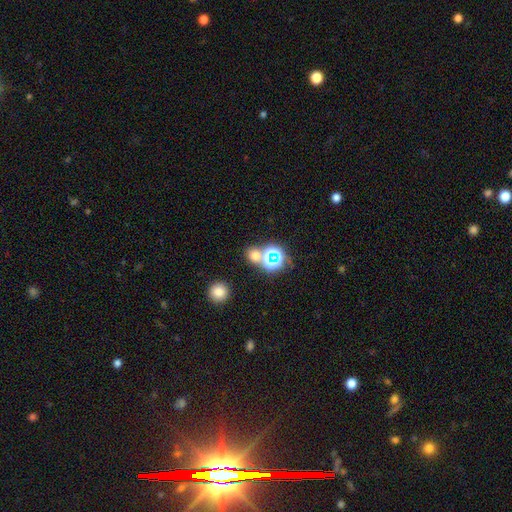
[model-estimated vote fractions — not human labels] The model was most divided on "smooth or featured": smooth: 55%, star or artifact: 39%, featured or disk: 7%. More confident: how rounded — round (75%); merging — none (67%).